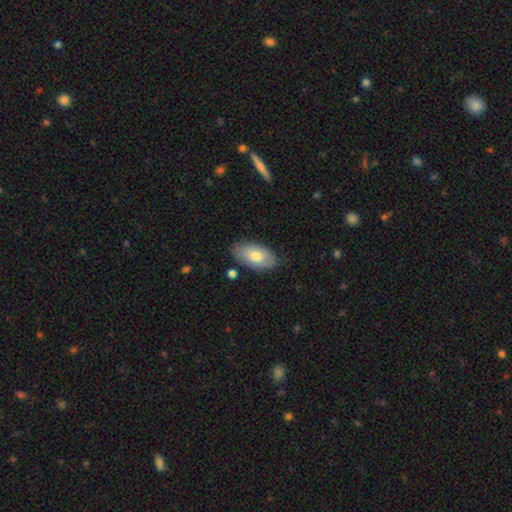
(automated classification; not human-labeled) Morphology: type=smooth (74%); roundness=in between (94%); merging=none (79%).